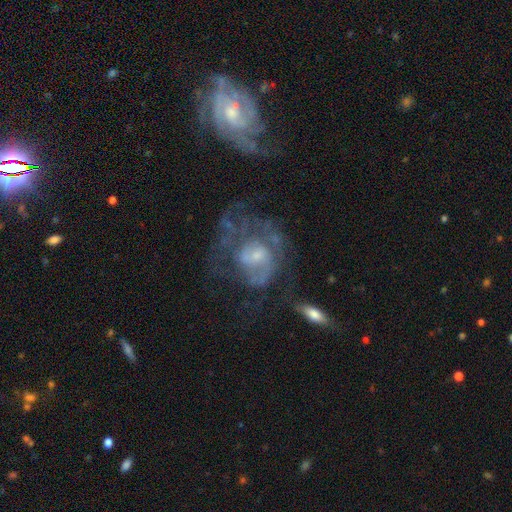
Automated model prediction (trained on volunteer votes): A featured or disk galaxy (69%) with no bar (69%), spiral arms (61%) and a small central bulge (50%). Merging: none (40%).